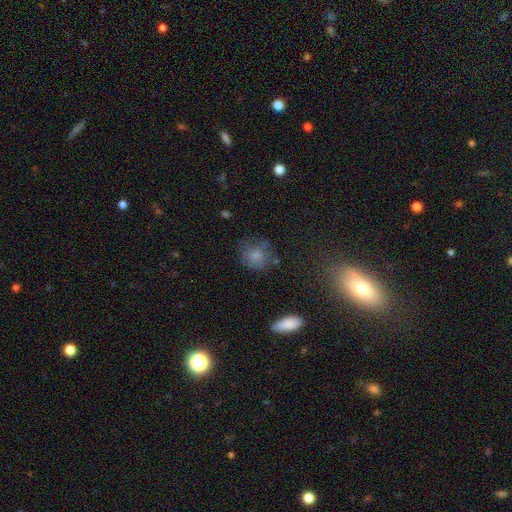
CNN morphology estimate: Q: Smooth or featured?
A: smooth (69%); runner-up: featured or disk (18%)
Q: How rounded?
A: round (74%); runner-up: in between (25%)
Q: Merging?
A: none (57%); runner-up: minor disturbance (24%)